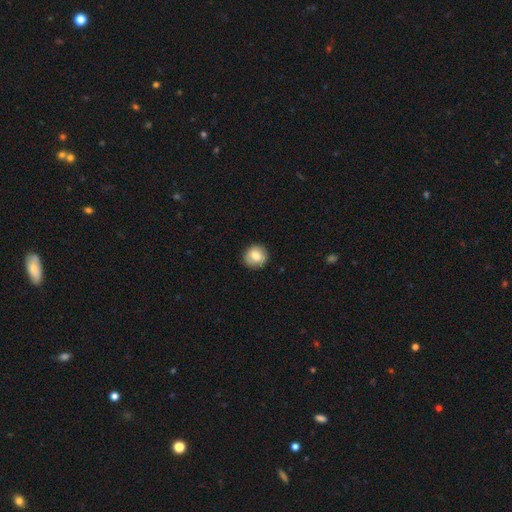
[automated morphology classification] The model was most divided on "smooth or featured": smooth: 80%, featured or disk: 12%, star or artifact: 8%. More confident: how rounded — round (89%); merging — none (87%).